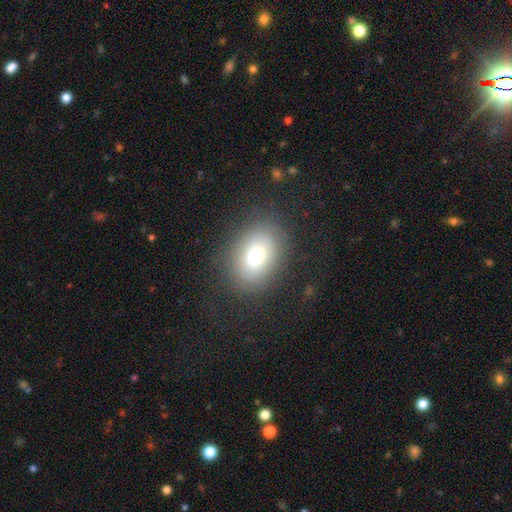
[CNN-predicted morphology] type=smooth (74%); roundness=in between (74%); merging=none (82%).